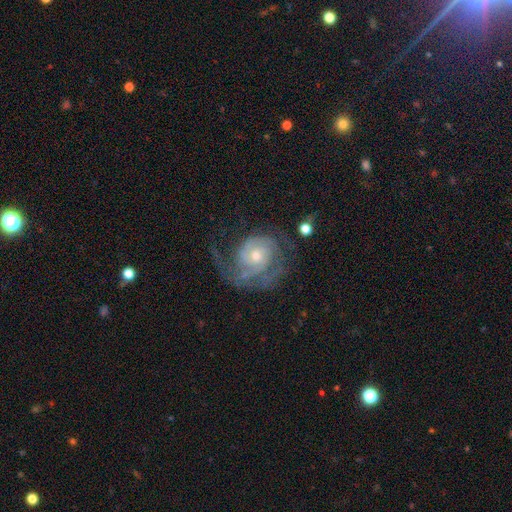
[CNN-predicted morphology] A featured or disk galaxy (85%) with no bar (73%), 2 (49%) tight (54%) spiral arms (95%) and a moderate central bulge (54%). Merging: none (59%).